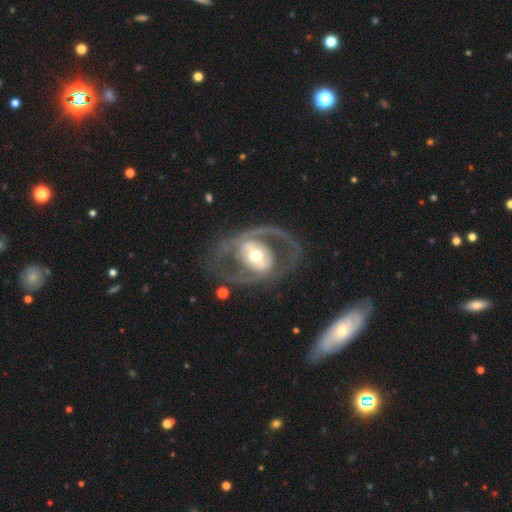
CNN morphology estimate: Smooth or featured: featured or disk — 79% (smooth — 16%)
Edge-on disk: no — 95% (yes — 5%)
Bar: no — 41% (weak — 30%)
Spiral arms: yes — 60% (no — 40%)
Bulge size: moderate — 66% (large — 20%)
Merging: none — 64% (major disturbance — 20%)